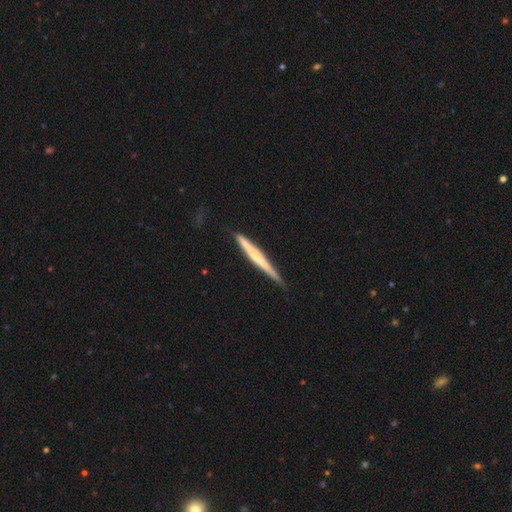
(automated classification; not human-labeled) smooth_or_featured: featured or disk (p=0.50) [alt: smooth p=0.45]
disk_edge_on: yes (p=0.97) [alt: no p=0.03]
merging: none (p=0.82) [alt: minor disturbance p=0.14]